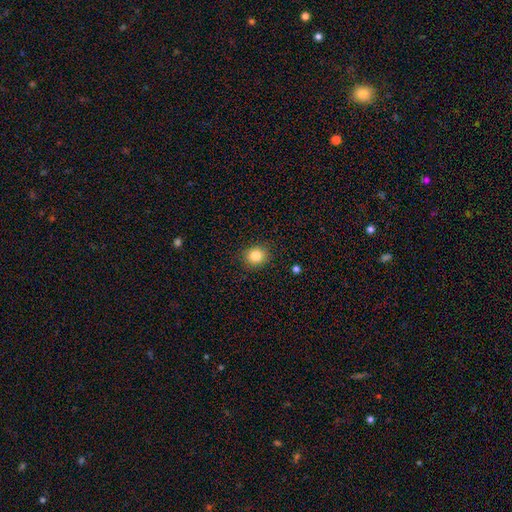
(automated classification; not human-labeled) Smooth or featured? smooth (84%)
How rounded? round (76%)
Merging? none (89%)